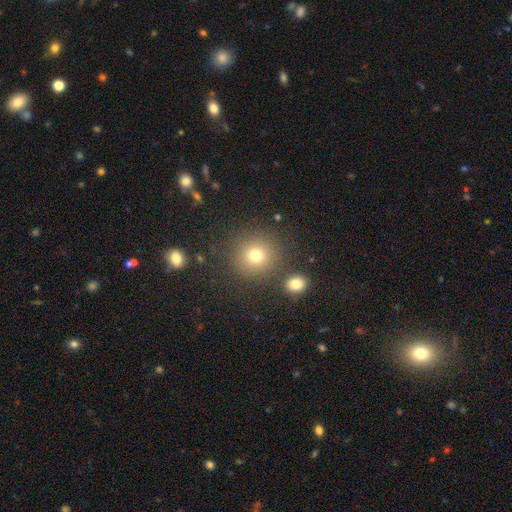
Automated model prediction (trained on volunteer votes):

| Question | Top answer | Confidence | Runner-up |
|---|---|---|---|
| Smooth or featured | smooth | 76% | star or artifact (16%) |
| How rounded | round | 91% | in between (8%) |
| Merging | none | 84% | minor disturbance (7%) |